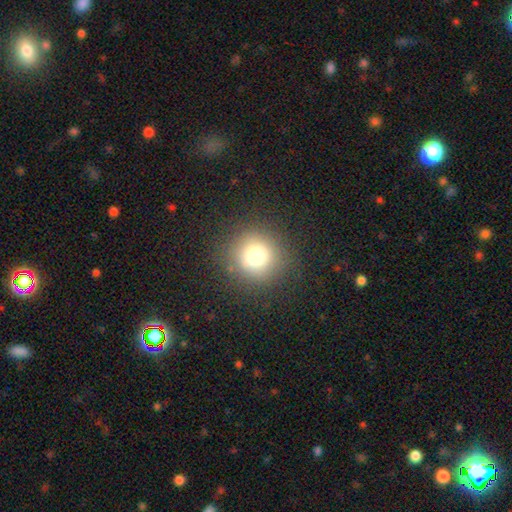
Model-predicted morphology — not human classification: Smooth or featured? Predicted: smooth (p=0.75). How rounded? Predicted: round (p=0.93). Merging? Predicted: none (p=0.86).